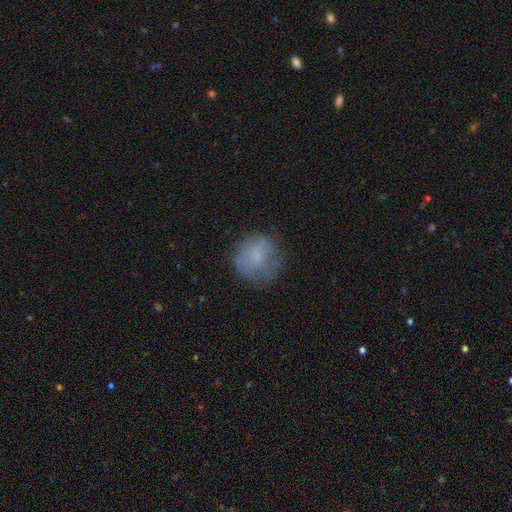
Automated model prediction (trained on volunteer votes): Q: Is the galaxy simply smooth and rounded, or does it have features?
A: smooth — 61%.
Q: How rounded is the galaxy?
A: round — 85%.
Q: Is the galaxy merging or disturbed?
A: none — 64%.